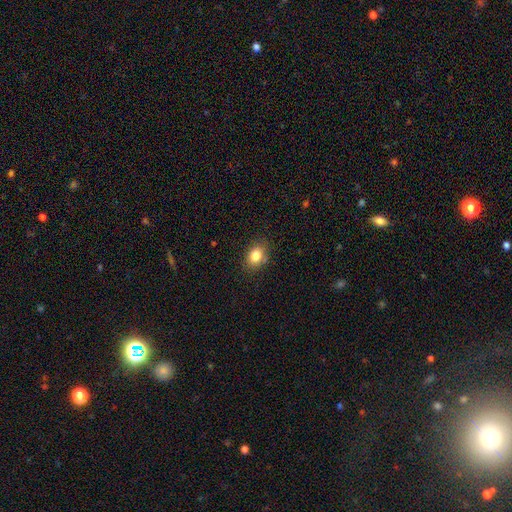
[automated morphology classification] Smooth or featured? Predicted: smooth (p=0.83). How rounded? Predicted: in between (p=0.69). Merging? Predicted: none (p=0.80).